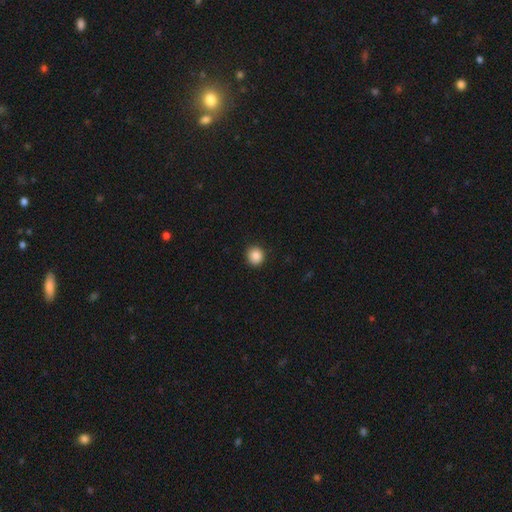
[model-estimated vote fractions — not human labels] This appears to be a smooth galaxy with no disk features (88%) that is round (91%). Merging: none (91%).